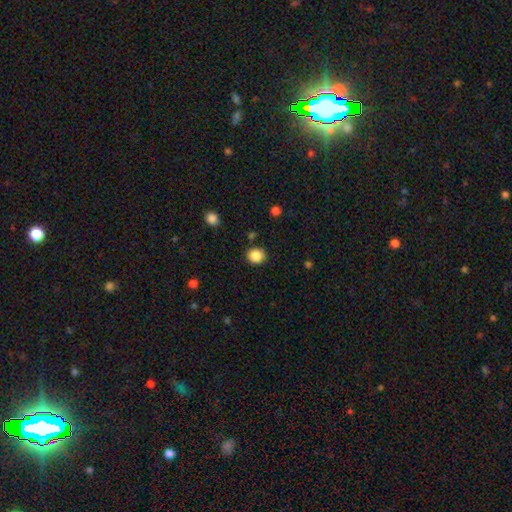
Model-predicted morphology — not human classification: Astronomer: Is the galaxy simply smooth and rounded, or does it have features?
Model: smooth — 86%.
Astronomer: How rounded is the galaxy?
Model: round — 85%.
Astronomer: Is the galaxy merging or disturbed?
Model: none — 87%.